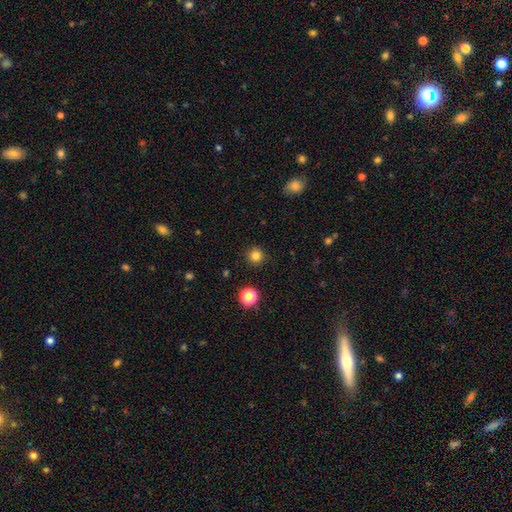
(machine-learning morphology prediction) smooth_or_featured: smooth (p=0.82) [alt: star or artifact p=0.14]
how_rounded: round (p=0.95) [alt: in between p=0.04]
merging: none (p=0.92) [alt: minor disturbance p=0.05]